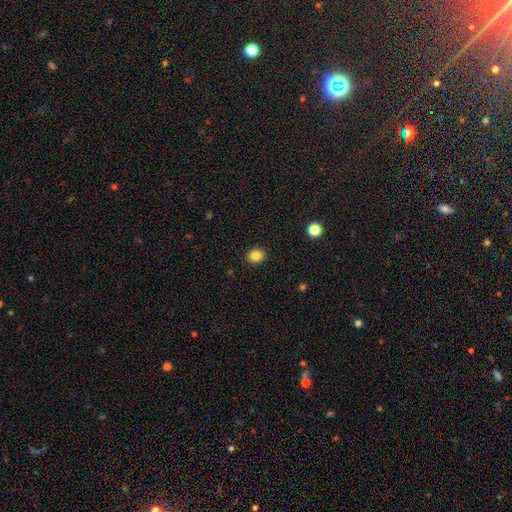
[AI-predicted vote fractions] Smooth or featured? smooth (85%)
How rounded? round (58%)
Merging? none (90%)